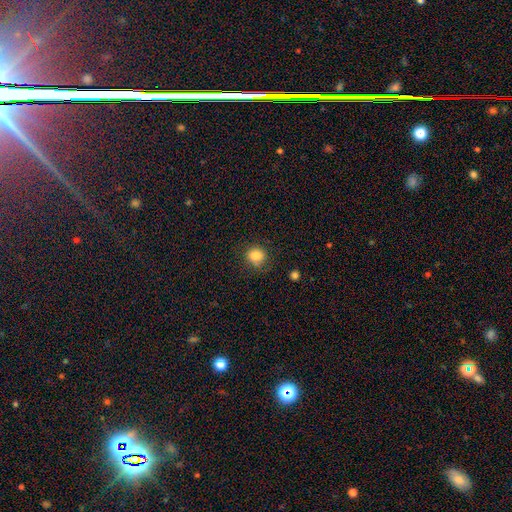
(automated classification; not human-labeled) Smooth or featured: smooth — 83% (star or artifact — 11%)
How rounded: round — 75% (in between — 24%)
Merging: none — 73% (minor disturbance — 18%)